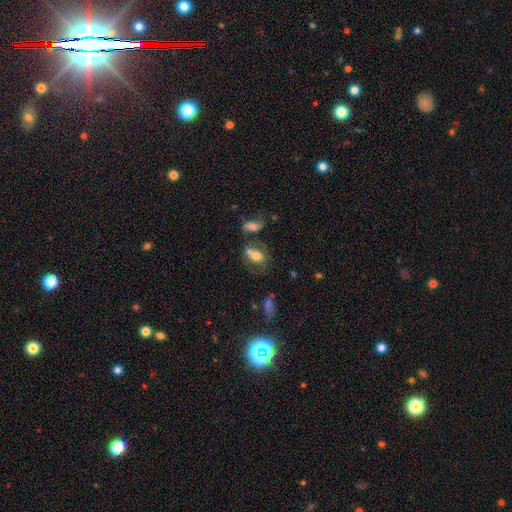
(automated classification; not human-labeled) Smooth or featured? smooth (63%)
How rounded? in between (62%)
Merging? merger (41%)